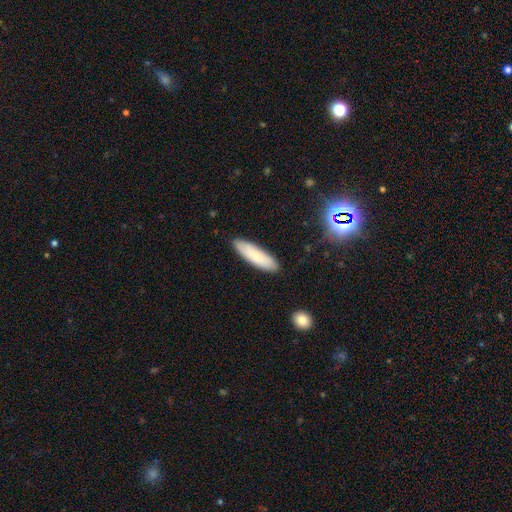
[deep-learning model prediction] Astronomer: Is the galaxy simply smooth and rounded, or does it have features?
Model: smooth — 82%.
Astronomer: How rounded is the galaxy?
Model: cigar-shaped — 62% (runner-up: in between, 37%).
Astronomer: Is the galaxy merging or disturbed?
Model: none — 87%.